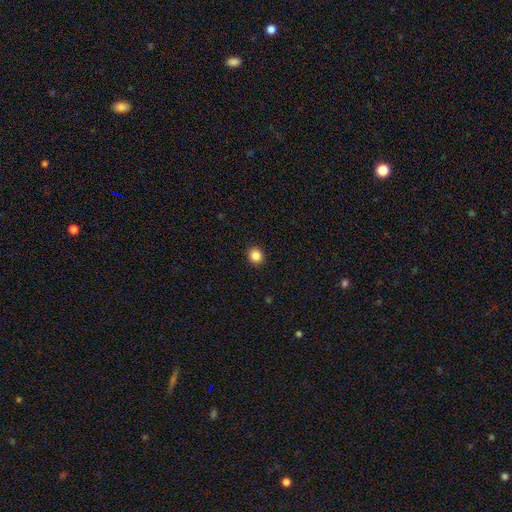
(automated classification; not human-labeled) smooth_or_featured: smooth (p=0.85) [alt: star or artifact p=0.11]
how_rounded: round (p=0.87) [alt: in between p=0.13]
merging: none (p=0.92) [alt: minor disturbance p=0.05]